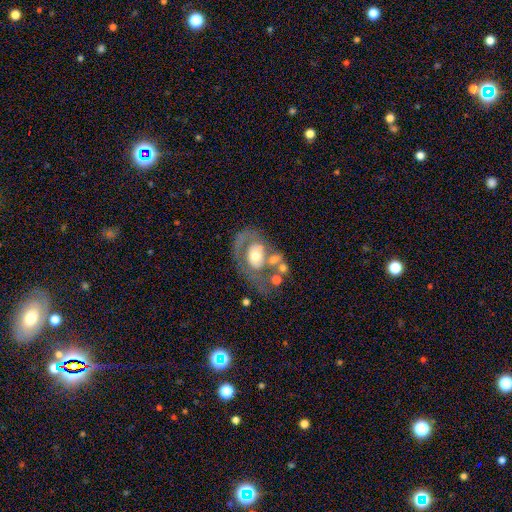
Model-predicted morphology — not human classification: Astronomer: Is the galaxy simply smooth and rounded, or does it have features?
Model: featured or disk — 59%.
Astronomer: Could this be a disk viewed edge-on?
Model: no — 95%.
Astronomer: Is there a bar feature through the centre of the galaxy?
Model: no — 79%.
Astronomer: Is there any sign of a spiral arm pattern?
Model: no — 65%.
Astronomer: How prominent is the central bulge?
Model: moderate — 61%.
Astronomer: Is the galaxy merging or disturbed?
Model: none — 35% (runner-up: major disturbance, 26%).